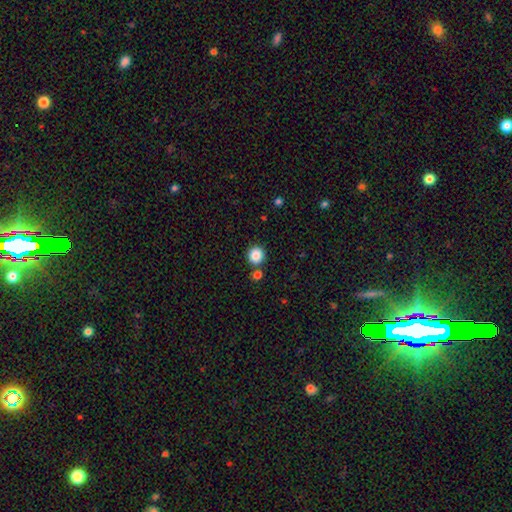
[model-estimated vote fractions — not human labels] smooth-or-featured: smooth: 86% | star or artifact: 10% | featured or disk: 4%
  how-rounded: round: 92% | in between: 7% | cigar-shaped: 1%
  merging: none: 82% | merger: 9% | minor disturbance: 7% | major disturbance: 2%